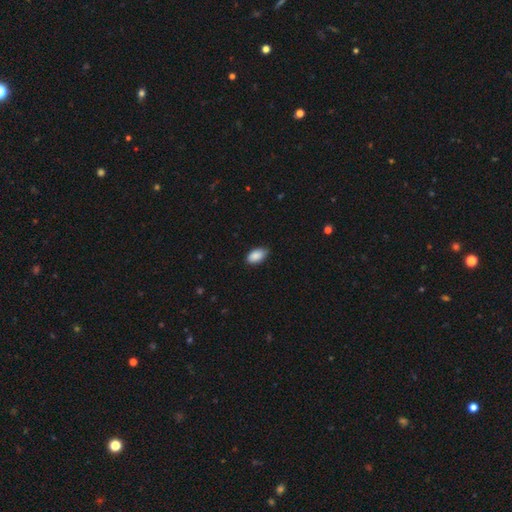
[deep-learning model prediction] Smooth or featured?
  - smooth: 89% *
  - star or artifact: 7%
  - featured or disk: 5%
How rounded?
  - in between: 94% *
  - round: 3%
  - cigar-shaped: 2%
Merging?
  - none: 81% *
  - minor disturbance: 16%
  - major disturbance: 2%
  - merger: 1%